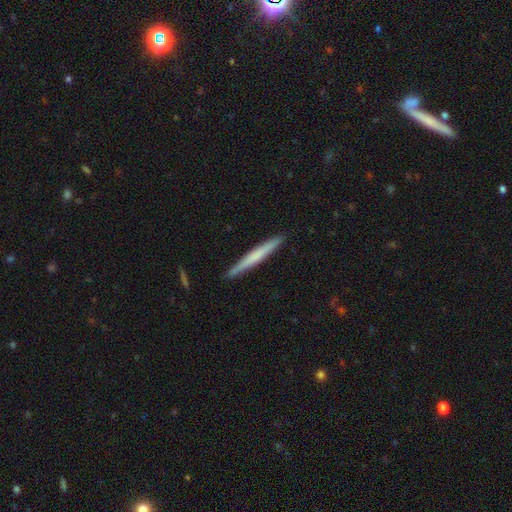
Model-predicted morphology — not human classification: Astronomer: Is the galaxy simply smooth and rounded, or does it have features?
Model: smooth — 53% (runner-up: featured or disk, 41%).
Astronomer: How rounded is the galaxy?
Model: cigar-shaped — 97%.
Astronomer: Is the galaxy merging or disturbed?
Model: none — 92%.